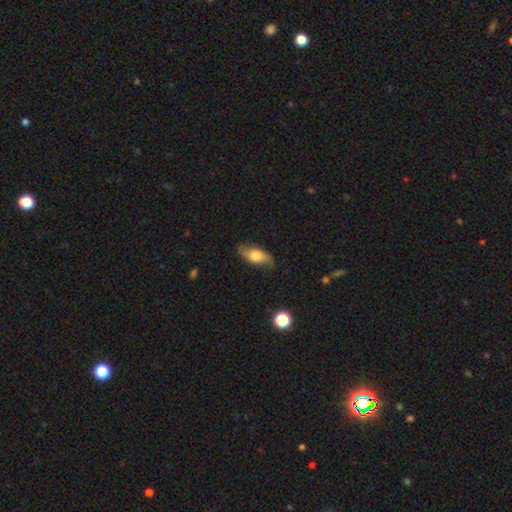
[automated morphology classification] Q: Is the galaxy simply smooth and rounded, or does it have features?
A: smooth — 50%.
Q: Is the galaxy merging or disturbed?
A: none — 76%.